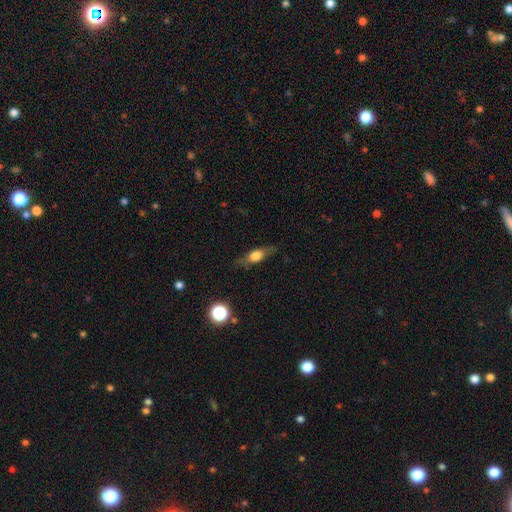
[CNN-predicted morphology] This is possibly a smooth galaxy (52%). How rounded: possibly in between (50%). Merging: likely none (77%).